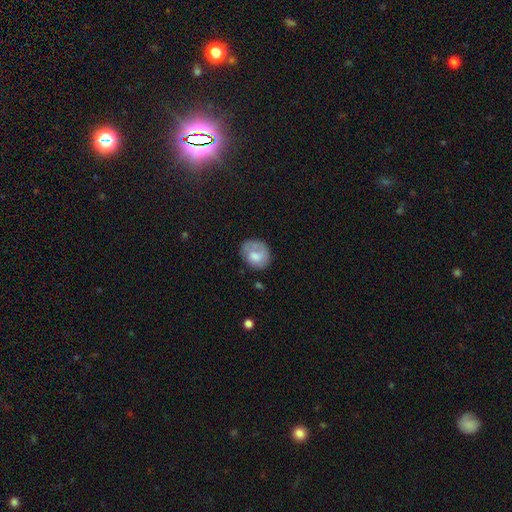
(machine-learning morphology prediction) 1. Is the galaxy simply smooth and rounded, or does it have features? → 67% smooth, 25% featured or disk, 8% star or artifact.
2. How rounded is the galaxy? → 63% round, 36% in between, 1% cigar-shaped.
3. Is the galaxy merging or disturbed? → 53% none, 28% minor disturbance, 16% major disturbance, 4% merger.